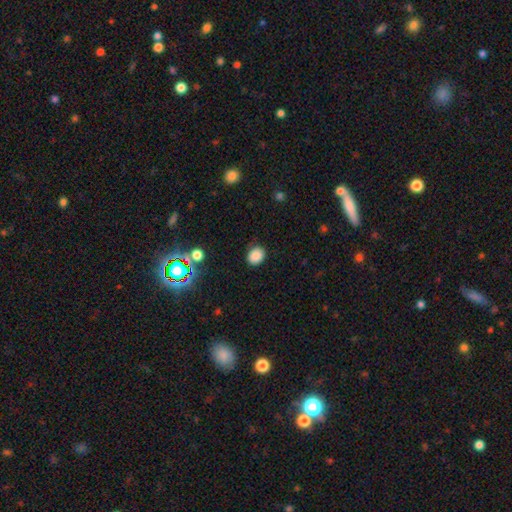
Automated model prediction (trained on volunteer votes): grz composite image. It shows a smooth galaxy with no disk features (84%) that is round (57%). Merging: none (85%).